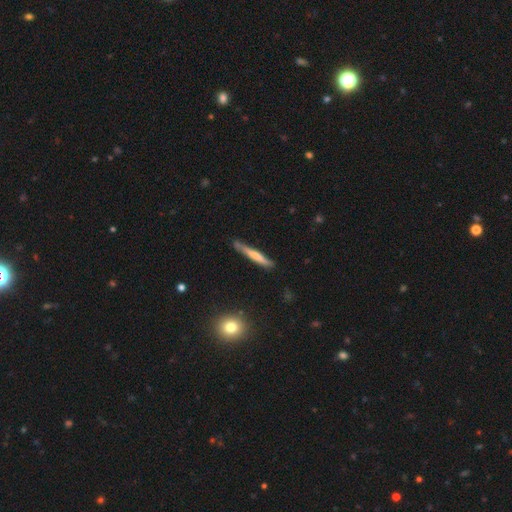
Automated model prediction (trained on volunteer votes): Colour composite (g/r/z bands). It shows a smooth galaxy with no disk features (55%) that is cigar-shaped (95%). Merging: none (77%).